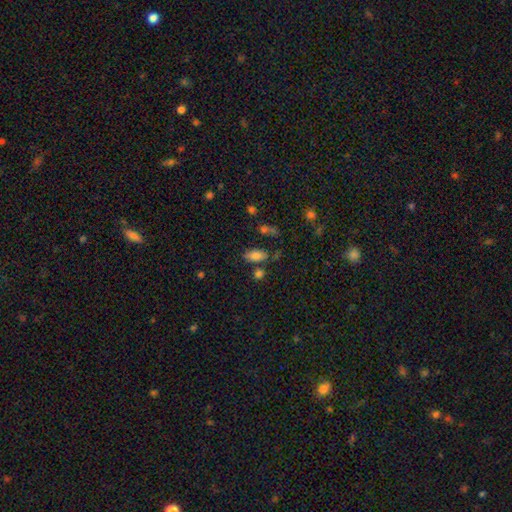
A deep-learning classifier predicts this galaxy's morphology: Smooth or featured? smooth (81%)
How rounded? in between (89%)
Merging? none (70%)